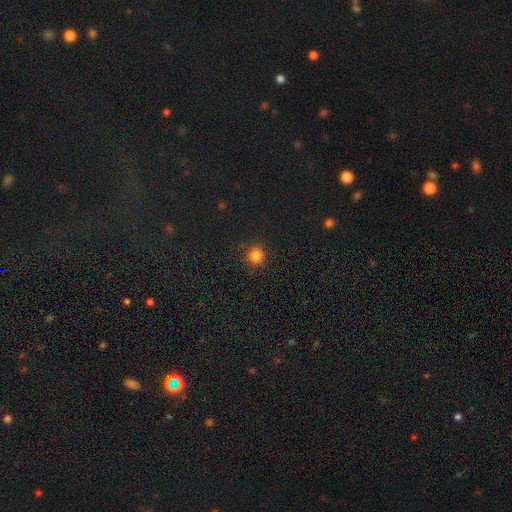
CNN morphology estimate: smooth 83%, star or artifact 14%, featured or disk 4%. Down the decision tree: how rounded — round (91%); merging — none (90%).